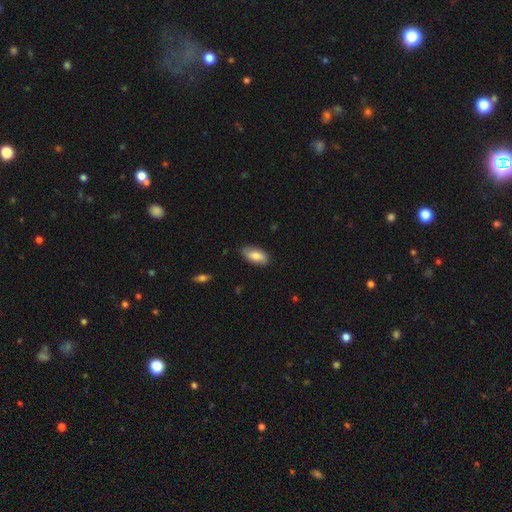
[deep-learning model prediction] smooth_or_featured: smooth (p=0.80) [alt: featured or disk p=0.14]
how_rounded: in between (p=0.90) [alt: cigar-shaped p=0.07]
merging: none (p=0.82) [alt: minor disturbance p=0.14]